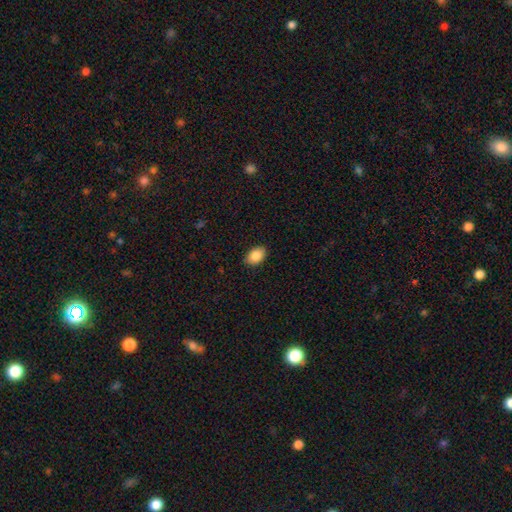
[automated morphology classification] Smooth or featured?
  - smooth: 88% *
  - star or artifact: 7%
  - featured or disk: 5%
How rounded?
  - in between: 85% *
  - round: 13%
  - cigar-shaped: 1%
Merging?
  - none: 89% *
  - minor disturbance: 8%
  - major disturbance: 2%
  - merger: 1%